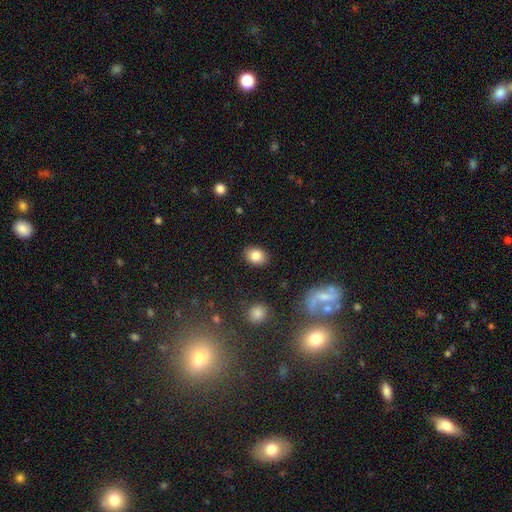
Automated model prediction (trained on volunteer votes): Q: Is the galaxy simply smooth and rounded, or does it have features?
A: smooth — 84%.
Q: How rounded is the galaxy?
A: in between — 66%.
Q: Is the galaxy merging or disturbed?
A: none — 87%.